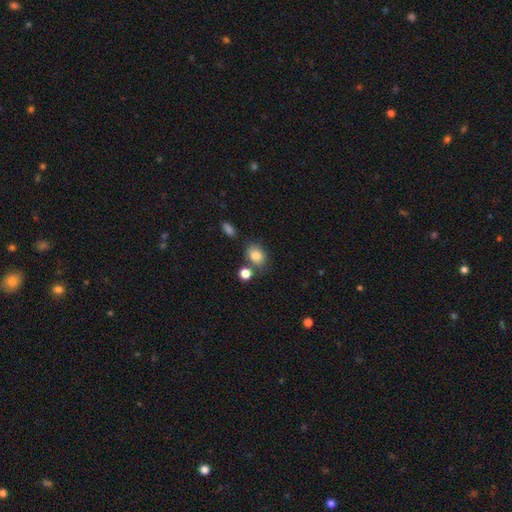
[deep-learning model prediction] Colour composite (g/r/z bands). It shows a smooth galaxy with no disk features (83%) that is in between round and cigar-shaped (59%). Merging: none (68%).